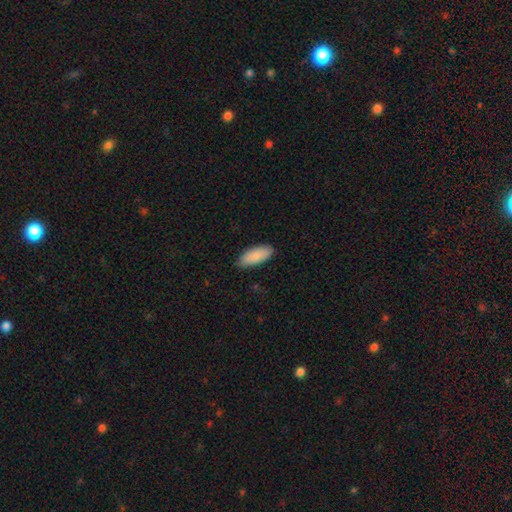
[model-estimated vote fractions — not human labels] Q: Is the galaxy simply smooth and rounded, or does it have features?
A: smooth — 88%.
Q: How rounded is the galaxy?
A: in between — 86%.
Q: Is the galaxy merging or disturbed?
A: none — 85%.